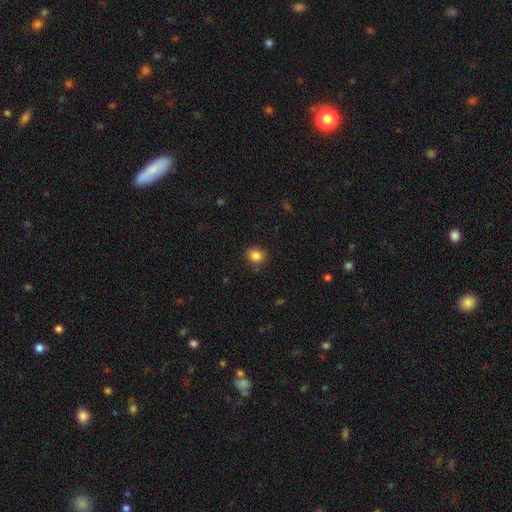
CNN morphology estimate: Smooth or featured: smooth — 84% (star or artifact — 11%)
How rounded: round — 65% (in between — 34%)
Merging: none — 86% (minor disturbance — 10%)